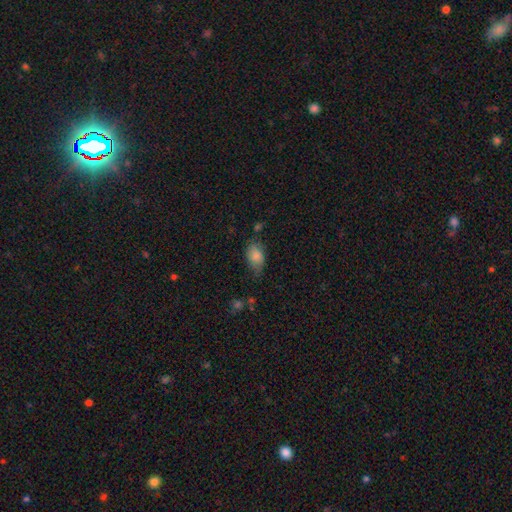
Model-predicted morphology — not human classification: Smooth or featured?
  - smooth: 81% *
  - featured or disk: 11%
  - star or artifact: 8%
How rounded?
  - in between: 89% *
  - round: 9%
  - cigar-shaped: 2%
Merging?
  - none: 53% *
  - minor disturbance: 34%
  - major disturbance: 10%
  - merger: 3%